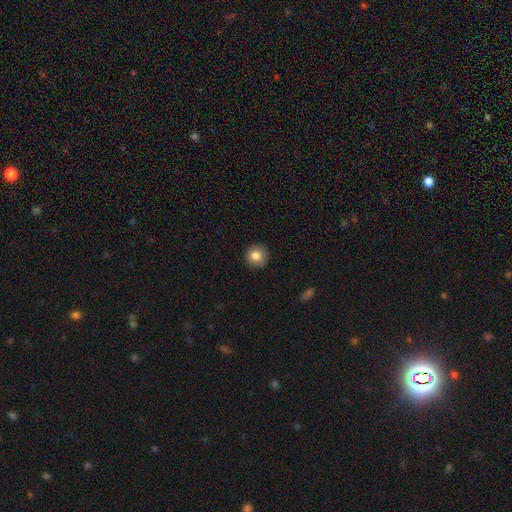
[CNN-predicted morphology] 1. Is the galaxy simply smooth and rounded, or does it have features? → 82% smooth, 9% star or artifact, 8% featured or disk.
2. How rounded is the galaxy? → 95% round, 4% in between, 1% cigar-shaped.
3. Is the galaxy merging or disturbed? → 91% none, 6% minor disturbance, 2% major disturbance, 1% merger.